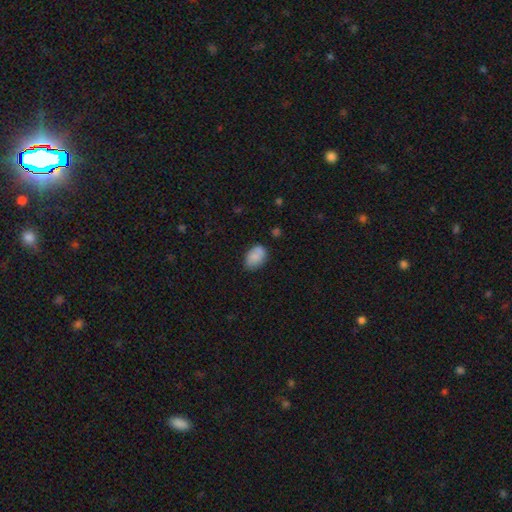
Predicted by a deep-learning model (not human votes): Smooth or featured: smooth — 80% (featured or disk — 12%)
How rounded: in between — 85% (round — 14%)
Merging: none — 70% (minor disturbance — 22%)